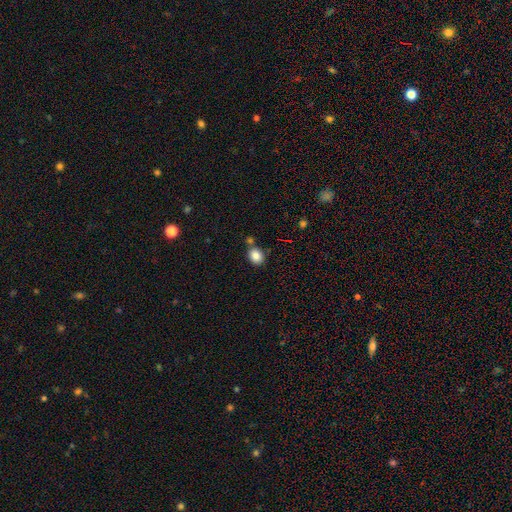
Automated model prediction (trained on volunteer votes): Smooth or featured? smooth (85%)
How rounded? round (52%)
Merging? none (71%)